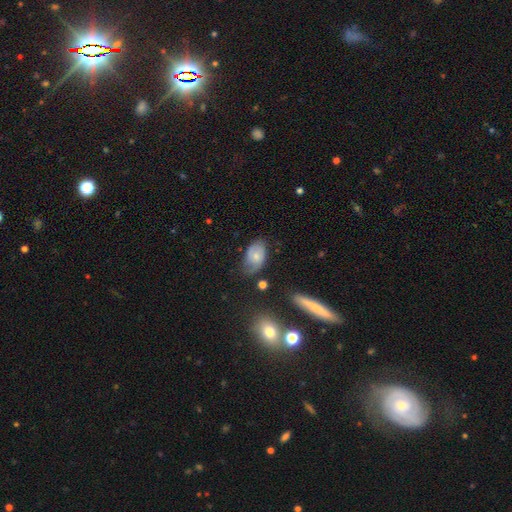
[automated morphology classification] Smooth or featured? smooth (63%)
How rounded? in between (90%)
Merging? none (54%)